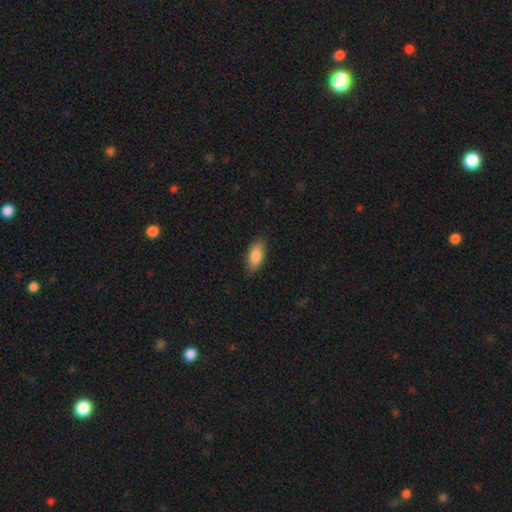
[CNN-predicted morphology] smooth-or-featured: smooth: 85% | featured or disk: 9% | star or artifact: 6%
  how-rounded: in between: 87% | cigar-shaped: 11% | round: 2%
  merging: none: 84% | minor disturbance: 12% | major disturbance: 2% | merger: 1%